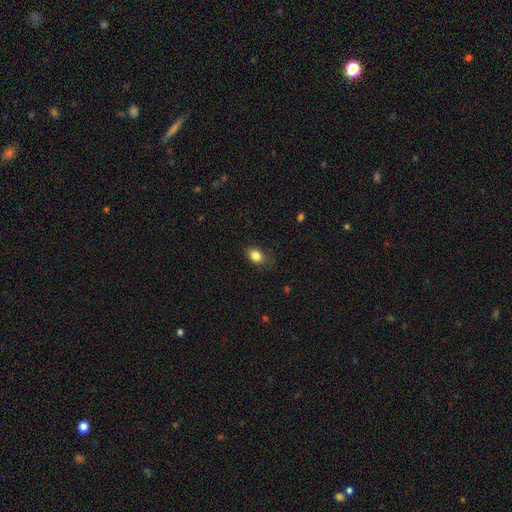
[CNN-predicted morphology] Overall: smooth (84%). How rounded: in between (67%; round 32%). Merging: none (74%).